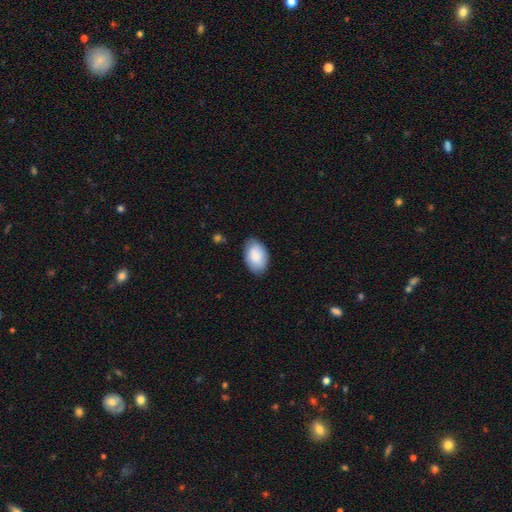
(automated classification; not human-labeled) smooth-or-featured: smooth: 86% | featured or disk: 8% | star or artifact: 6%
  how-rounded: in between: 91% | round: 8% | cigar-shaped: 1%
  merging: none: 80% | minor disturbance: 16% | major disturbance: 3% | merger: 1%